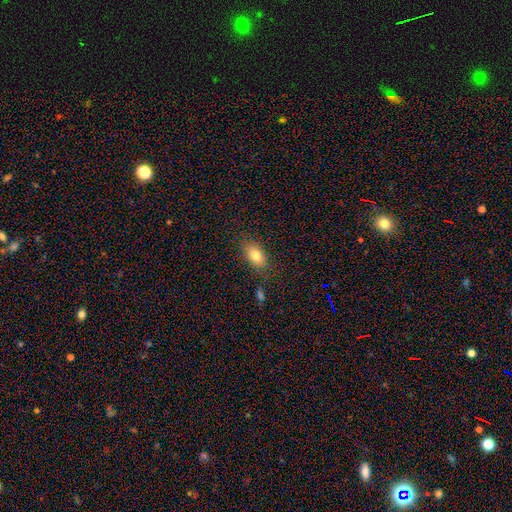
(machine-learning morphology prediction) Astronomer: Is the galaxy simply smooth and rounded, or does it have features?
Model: smooth — 79%.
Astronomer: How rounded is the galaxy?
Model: in between — 85%.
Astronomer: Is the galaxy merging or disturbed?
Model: none — 81%.